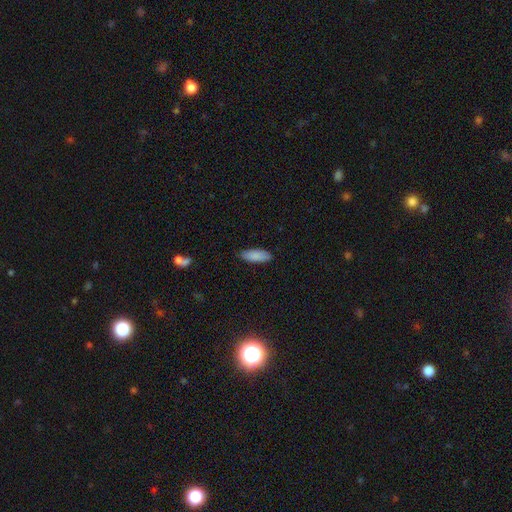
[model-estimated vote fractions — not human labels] The model was most divided on "how rounded": in between: 70%, cigar-shaped: 28%, round: 2%. More confident: smooth or featured — smooth (88%); merging — none (86%).